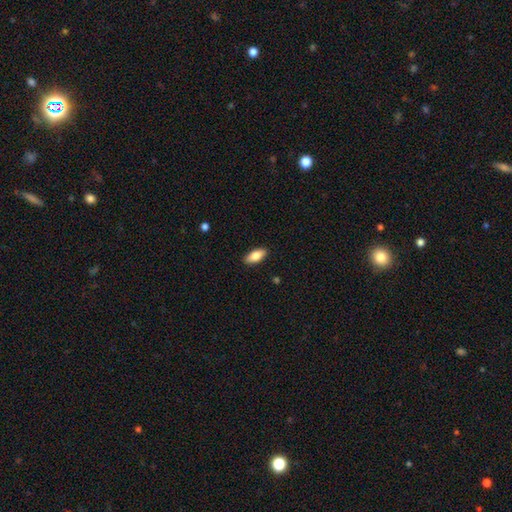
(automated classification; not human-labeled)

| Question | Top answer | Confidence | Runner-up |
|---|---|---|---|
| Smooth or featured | smooth | 80% | featured or disk (14%) |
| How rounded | in between | 85% | cigar-shaped (12%) |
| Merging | none | 89% | minor disturbance (8%) |